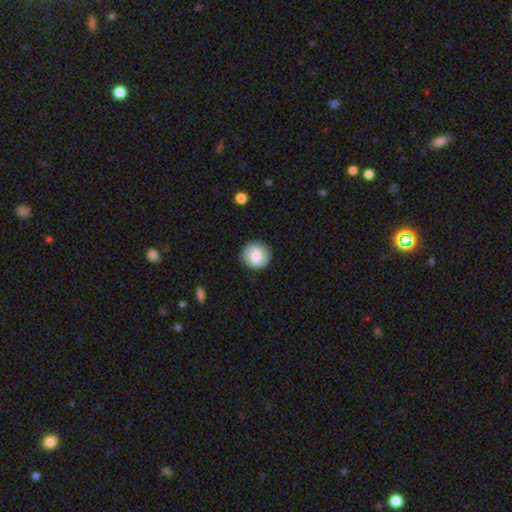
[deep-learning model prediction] Overall: featured or disk (56%; smooth 38%). Edge-on disk: no (98%). Bar: weak (54%; no 33%). Spiral arms: yes (90%). Bulge size: moderate (49%; small 31%). Merging: none (86%).